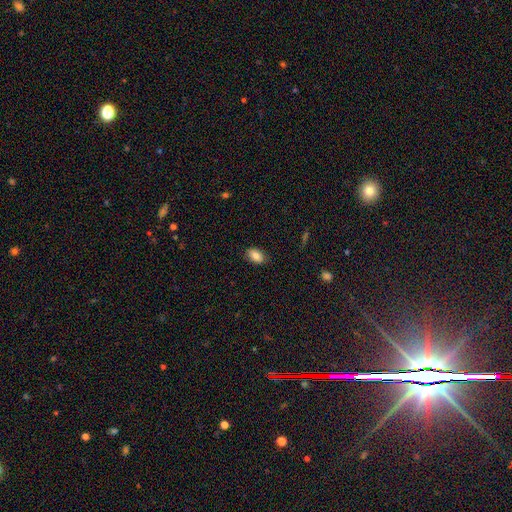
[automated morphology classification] Smooth or featured: smooth — 84% (featured or disk — 8%)
How rounded: in between — 90% (round — 8%)
Merging: none — 86% (minor disturbance — 11%)